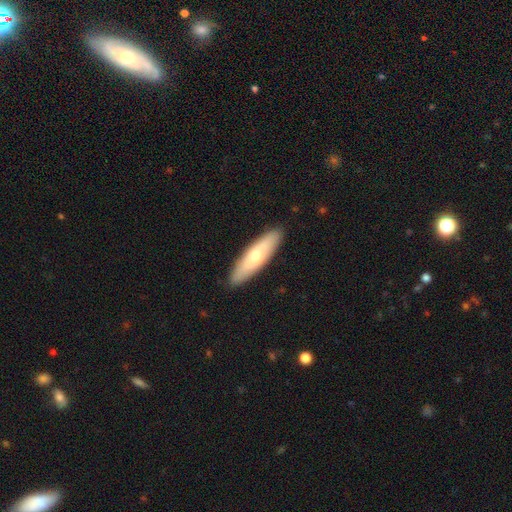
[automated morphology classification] A smooth galaxy with no disk features (66%) that is cigar-shaped (68%).

Vote fractions:
- Smooth or featured? smooth: 66% / featured or disk: 29% / star or artifact: 5%
- How rounded? cigar-shaped: 68% / in between: 30% / round: 2%
- Merging? none: 90% / minor disturbance: 8% / major disturbance: 2% / merger: 1%